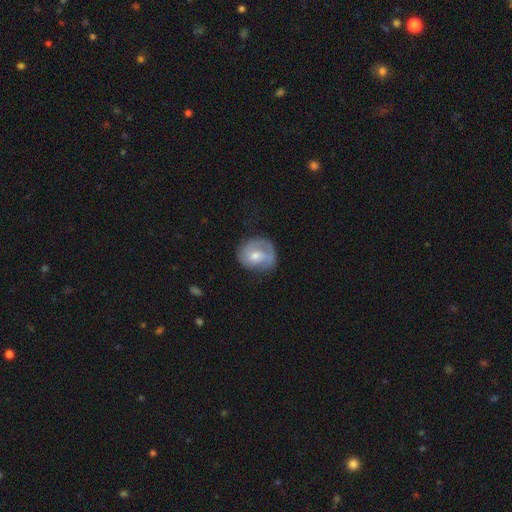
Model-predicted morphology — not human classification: smooth-or-featured: featured or disk: 54% | smooth: 39% | star or artifact: 7%
  disk-edge-on: no: 97% | yes: 3%
    bar: no: 57% | weak: 35% | strong: 8%
    has-spiral-arms: yes: 71% | no: 29%
    bulge-size: moderate: 61% | small: 31% | large: 5% | none: 2% | dominant: 1%
  merging: none: 58% | minor disturbance: 27% | major disturbance: 14% | merger: 2%